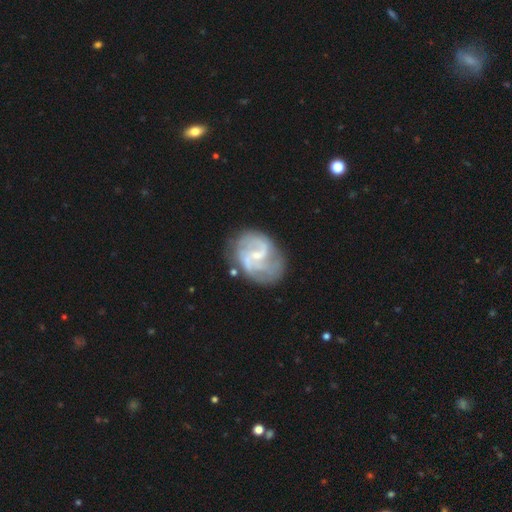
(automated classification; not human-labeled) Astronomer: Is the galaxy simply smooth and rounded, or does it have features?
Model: featured or disk — 84%.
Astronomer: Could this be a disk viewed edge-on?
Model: no — 98%.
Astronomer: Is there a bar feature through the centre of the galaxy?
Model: weak — 58%.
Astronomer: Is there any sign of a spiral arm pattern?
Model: yes — 94%.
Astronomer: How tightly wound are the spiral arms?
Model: medium — 48% (runner-up: loose, 32%).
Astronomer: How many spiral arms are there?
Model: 2 — 63%.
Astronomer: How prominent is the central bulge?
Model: small — 62%.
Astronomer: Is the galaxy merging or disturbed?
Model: none — 63%.